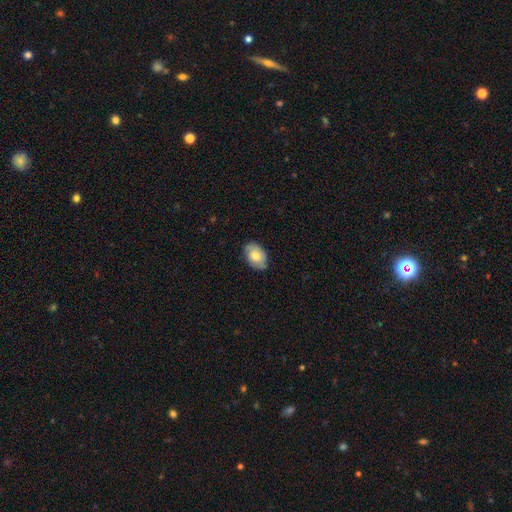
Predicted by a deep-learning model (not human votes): Q: Smooth or featured?
A: smooth (69%); runner-up: featured or disk (24%)
Q: How rounded?
A: in between (85%); runner-up: round (14%)
Q: Merging?
A: none (76%); runner-up: minor disturbance (19%)